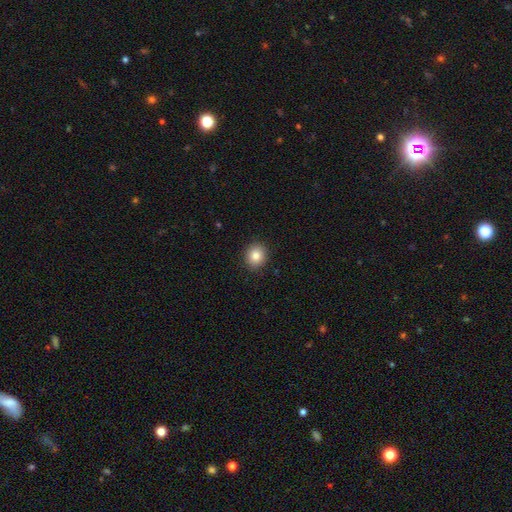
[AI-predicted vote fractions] smooth 83%, star or artifact 10%, featured or disk 7%. Down the decision tree: how rounded — round (75%); merging — none (91%).